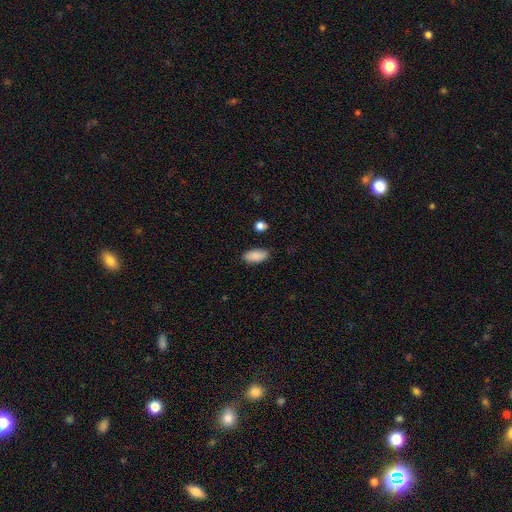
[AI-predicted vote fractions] Morphology: type=smooth (88%); roundness=in between (90%); merging=none (84%).